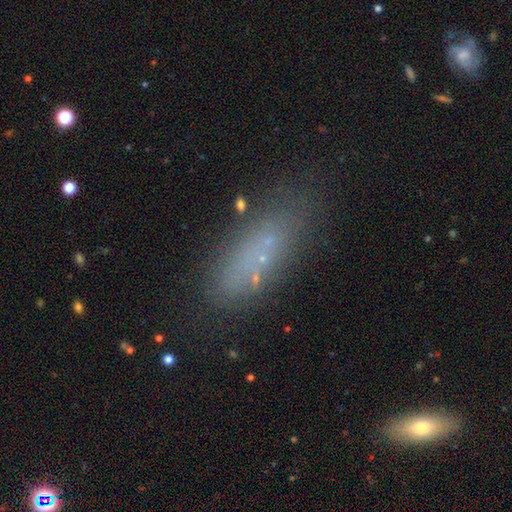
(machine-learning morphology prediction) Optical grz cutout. It shows a smooth galaxy with no disk features (58%) that is in between round and cigar-shaped (59%). Merging: none (70%).